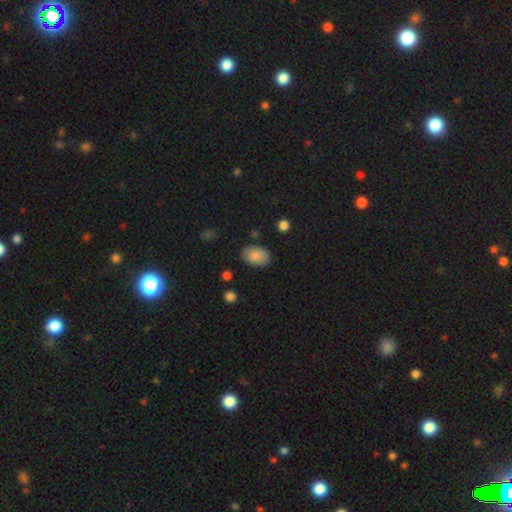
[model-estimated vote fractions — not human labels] A smooth galaxy with no disk features (85%) that is in between round and cigar-shaped (85%).

Vote fractions:
- Smooth or featured? smooth: 85% / featured or disk: 8% / star or artifact: 7%
- How rounded? in between: 85% / round: 14% / cigar-shaped: 1%
- Merging? none: 83% / minor disturbance: 12% / major disturbance: 3% / merger: 2%